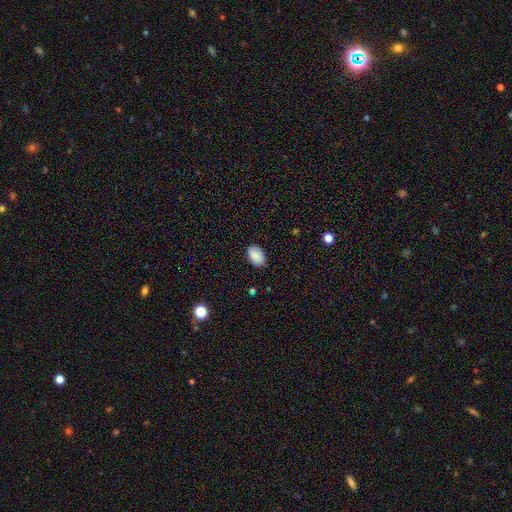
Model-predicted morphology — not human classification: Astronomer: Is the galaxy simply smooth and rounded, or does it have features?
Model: smooth — 89%.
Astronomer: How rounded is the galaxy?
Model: in between — 90%.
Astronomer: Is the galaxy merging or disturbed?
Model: none — 87%.